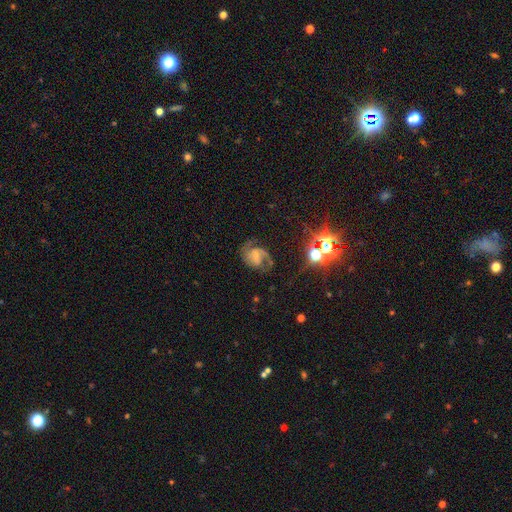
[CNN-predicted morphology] featured or disk 80%, star or artifact 10%, smooth 10%. Down the decision tree: edge-on disk — no (98%); bar — weak (43%, tied with no); spiral arms — yes (96%); spiral arm count — 2 (77%); spiral winding — medium (55%); bulge size — small (62%); merging — none (61%).